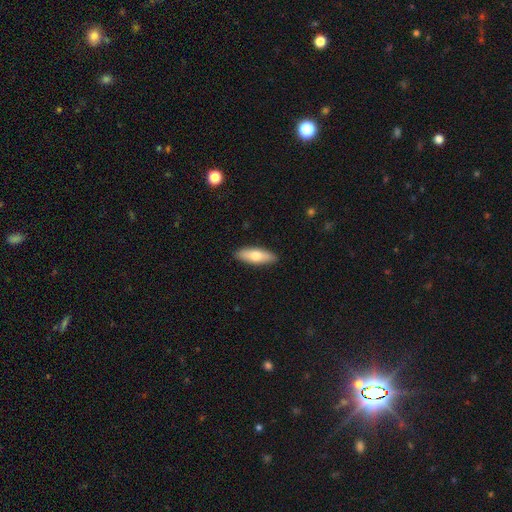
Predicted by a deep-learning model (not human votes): Q: Smooth or featured?
A: smooth (70%); runner-up: featured or disk (25%)
Q: How rounded?
A: in between (60%); runner-up: cigar-shaped (38%)
Q: Merging?
A: none (89%); runner-up: minor disturbance (8%)